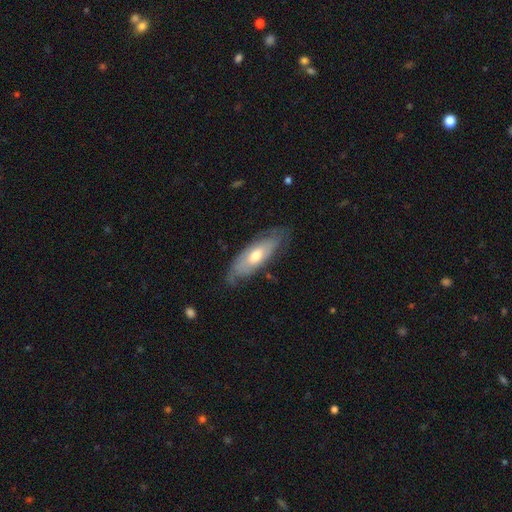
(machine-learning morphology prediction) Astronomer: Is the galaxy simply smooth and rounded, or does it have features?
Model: featured or disk — 54% (runner-up: smooth, 41%).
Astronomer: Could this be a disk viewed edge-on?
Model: no — 69%.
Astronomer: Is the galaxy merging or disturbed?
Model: none — 70%.